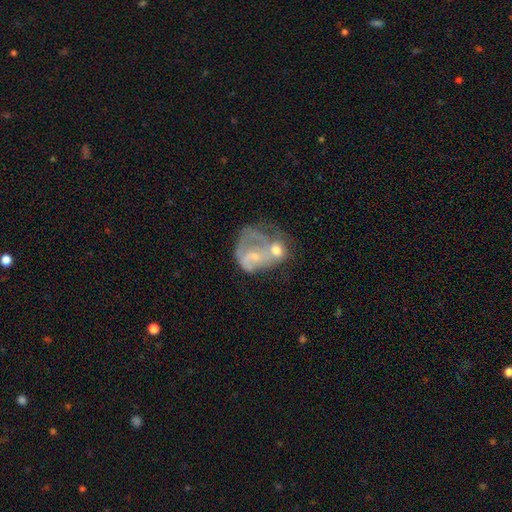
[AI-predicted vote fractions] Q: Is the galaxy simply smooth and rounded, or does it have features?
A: featured or disk — 61%.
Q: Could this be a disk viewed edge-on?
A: no — 97%.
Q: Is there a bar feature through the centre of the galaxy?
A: no — 70%.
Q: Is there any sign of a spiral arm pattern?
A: no — 54%.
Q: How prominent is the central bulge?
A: small — 46%.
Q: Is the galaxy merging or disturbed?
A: merger — 47%.